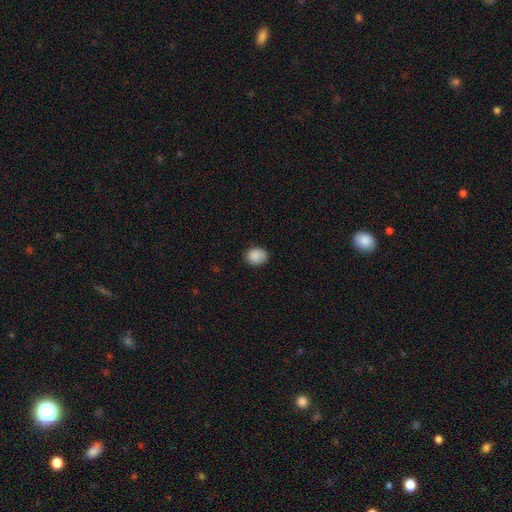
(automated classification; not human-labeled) Smooth or featured?
  - smooth: 88% *
  - star or artifact: 8%
  - featured or disk: 4%
How rounded?
  - round: 59% *
  - in between: 40%
  - cigar-shaped: 1%
Merging?
  - none: 76% *
  - minor disturbance: 19%
  - major disturbance: 4%
  - merger: 1%